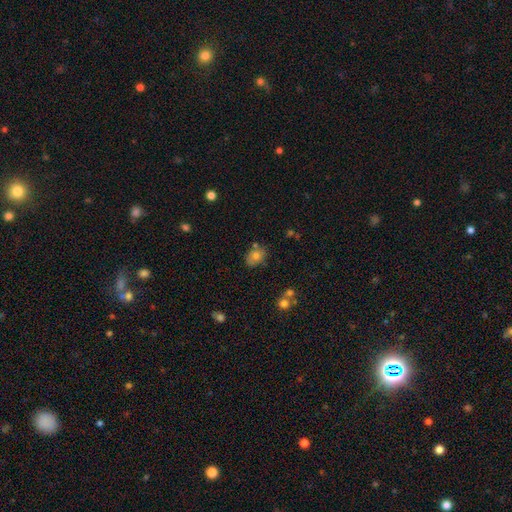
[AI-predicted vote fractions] smooth_or_featured: smooth (p=0.74) [alt: featured or disk p=0.15]
how_rounded: in between (p=0.67) [alt: round p=0.32]
merging: none (p=0.69) [alt: minor disturbance p=0.18]